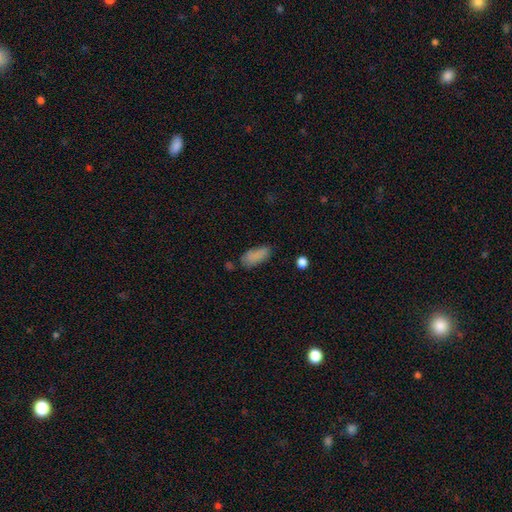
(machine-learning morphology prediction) smooth 83%, star or artifact 10%, featured or disk 7%. Down the decision tree: how rounded — in between (82%); merging — none (60%).